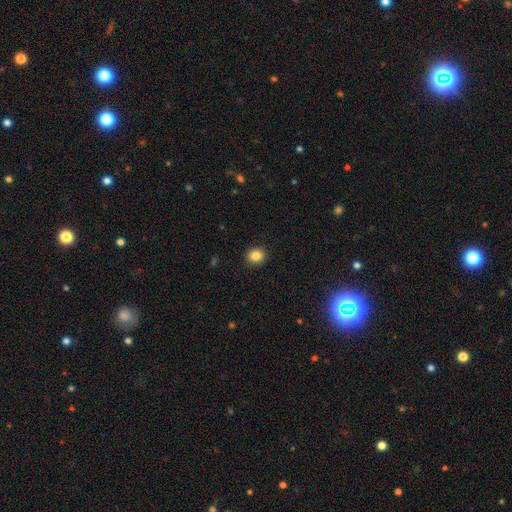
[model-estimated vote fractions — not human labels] A smooth galaxy with no disk features (85%) that is round (75%). Merging: none (91%).